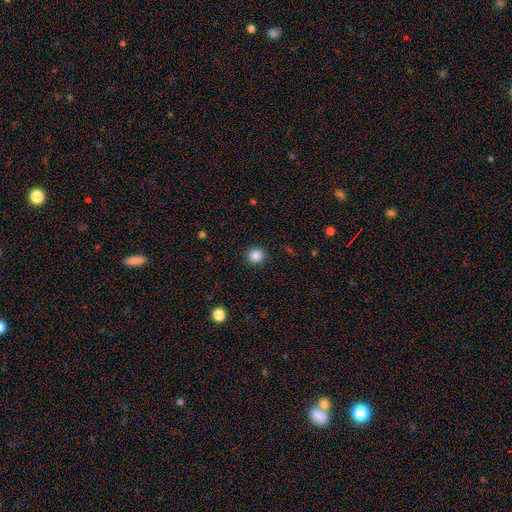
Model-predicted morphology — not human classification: A smooth galaxy with no disk features (86%) that is round (89%). Merging: none (90%).